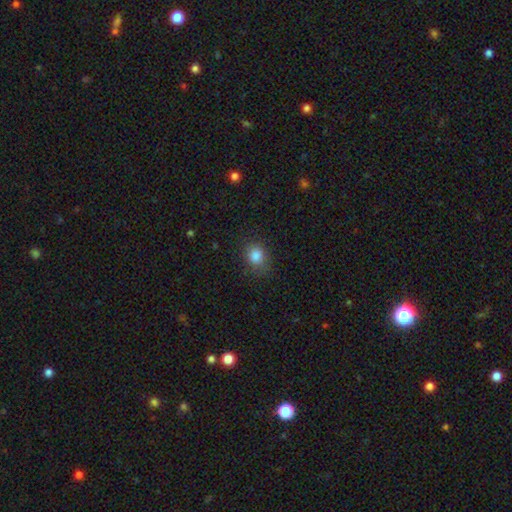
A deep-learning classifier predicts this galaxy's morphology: Overall: smooth (85%). How rounded: round (58%; in between 41%). Merging: none (79%).